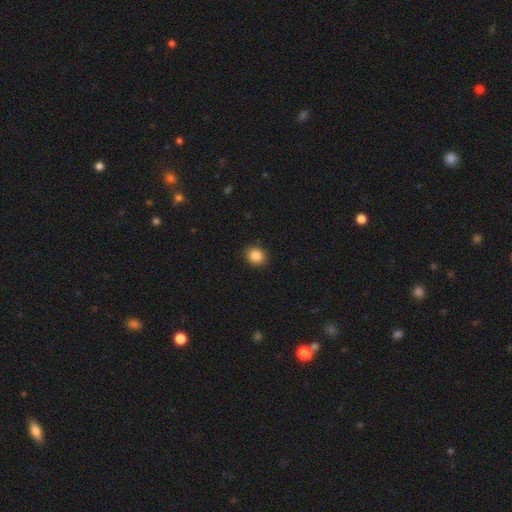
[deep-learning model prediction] smooth_or_featured: smooth (p=0.86) [alt: star or artifact p=0.10]
how_rounded: round (p=0.68) [alt: in between p=0.31]
merging: none (p=0.90) [alt: minor disturbance p=0.07]